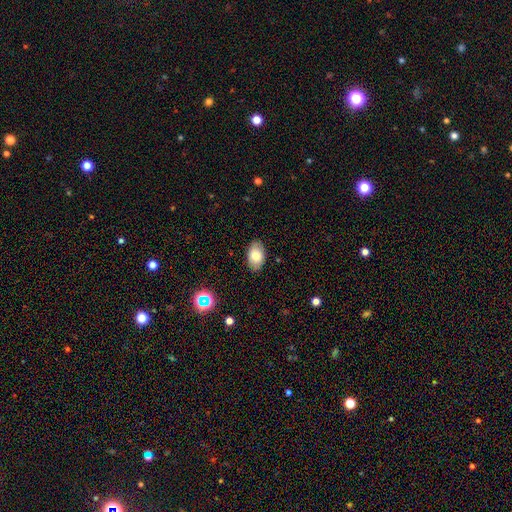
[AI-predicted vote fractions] smooth 79%, featured or disk 13%, star or artifact 8%. Down the decision tree: how rounded — in between (92%); merging — none (86%).